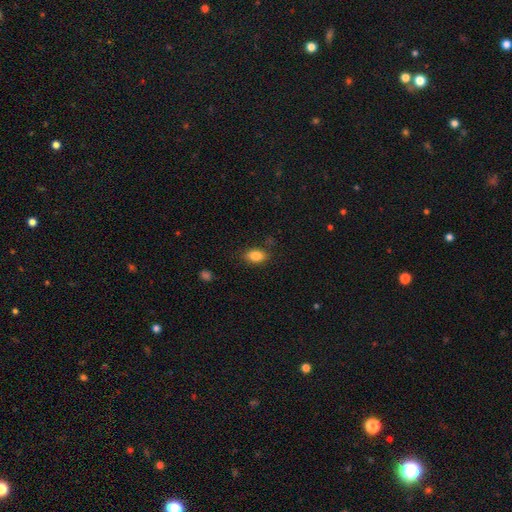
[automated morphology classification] Q: Smooth or featured?
A: smooth (85%); runner-up: star or artifact (9%)
Q: How rounded?
A: in between (87%); runner-up: round (10%)
Q: Merging?
A: none (82%); runner-up: minor disturbance (13%)